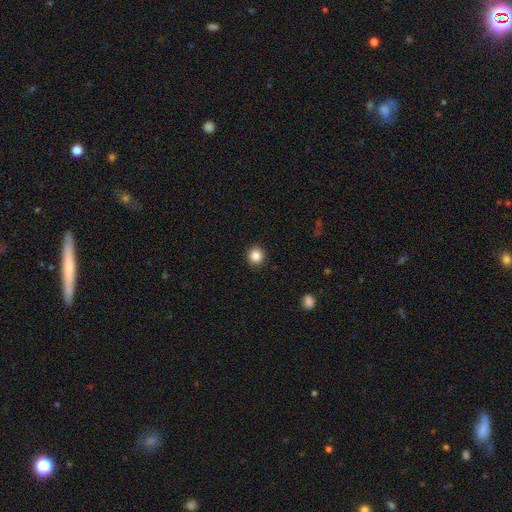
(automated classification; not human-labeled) Smooth or featured?
  - smooth: 86% *
  - star or artifact: 10%
  - featured or disk: 4%
How rounded?
  - round: 93% *
  - in between: 6%
  - cigar-shaped: 1%
Merging?
  - none: 93% *
  - minor disturbance: 5%
  - major disturbance: 2%
  - merger: 1%